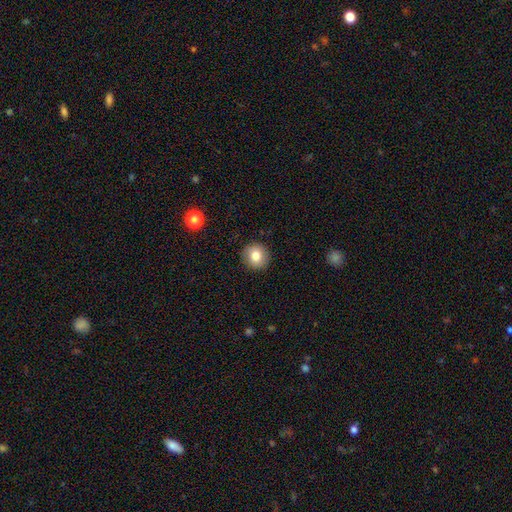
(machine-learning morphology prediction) This is clearly a smooth galaxy (82%). How rounded: clearly round (91%). Merging: clearly none (91%).